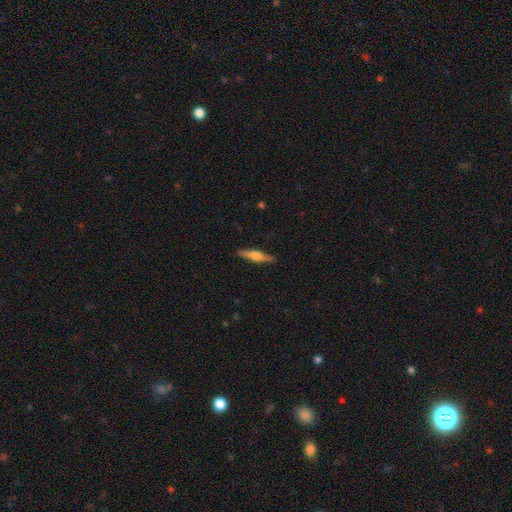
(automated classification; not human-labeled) A featured or disk galaxy (56%) viewed edge-on (97%) with a rounded central bulge (84%).

Vote fractions:
- Smooth or featured? featured or disk: 56% / smooth: 38% / star or artifact: 6%
- Edge-on disk? yes: 97% / no: 3%
- Edge-on bulge? rounded: 84% / boxy: 11% / none: 5%
- Merging? none: 91% / minor disturbance: 7% / major disturbance: 2% / merger: 1%